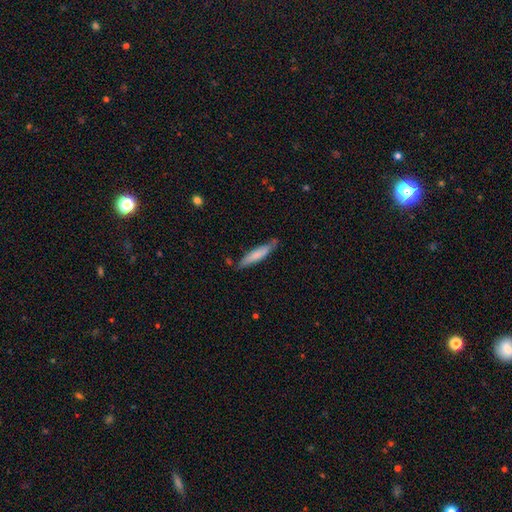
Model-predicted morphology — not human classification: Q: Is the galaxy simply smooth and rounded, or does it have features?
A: smooth — 72%.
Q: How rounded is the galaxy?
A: cigar-shaped — 87%.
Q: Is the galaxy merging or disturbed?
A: none — 74%.